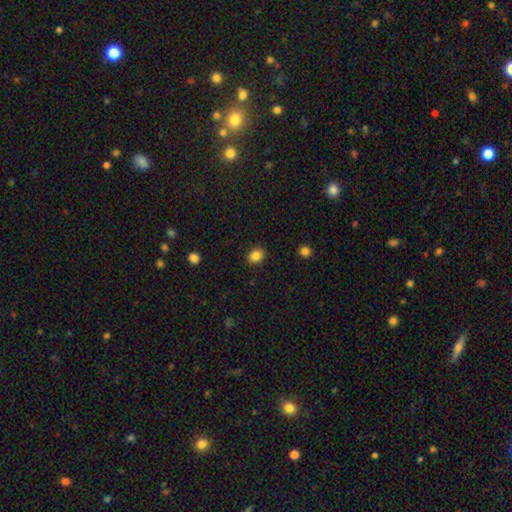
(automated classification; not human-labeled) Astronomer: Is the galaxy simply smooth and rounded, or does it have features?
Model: smooth — 86%.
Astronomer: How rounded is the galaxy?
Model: in between — 59% (runner-up: round, 40%).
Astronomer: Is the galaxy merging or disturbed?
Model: none — 88%.